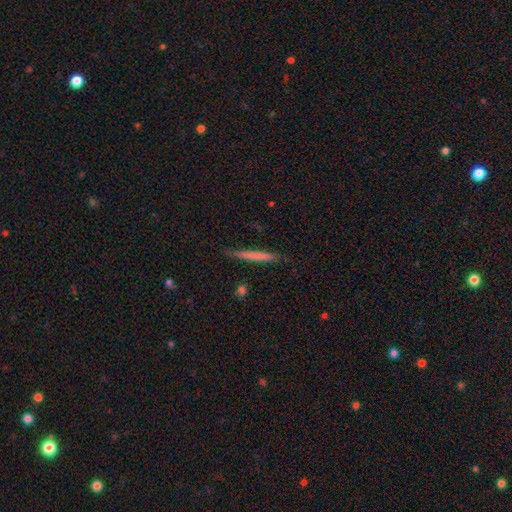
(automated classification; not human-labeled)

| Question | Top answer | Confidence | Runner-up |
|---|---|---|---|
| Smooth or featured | smooth | 62% | featured or disk (32%) |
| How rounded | cigar-shaped | 96% | in between (2%) |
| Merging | none | 83% | minor disturbance (13%) |